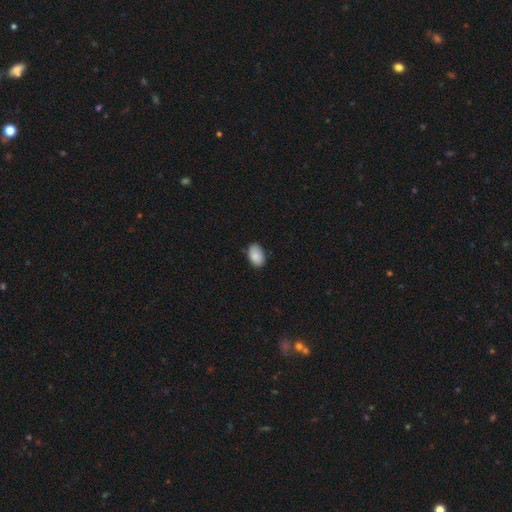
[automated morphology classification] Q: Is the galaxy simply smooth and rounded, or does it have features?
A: smooth — 87%.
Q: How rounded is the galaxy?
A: in between — 90%.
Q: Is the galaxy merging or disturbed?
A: none — 79%.